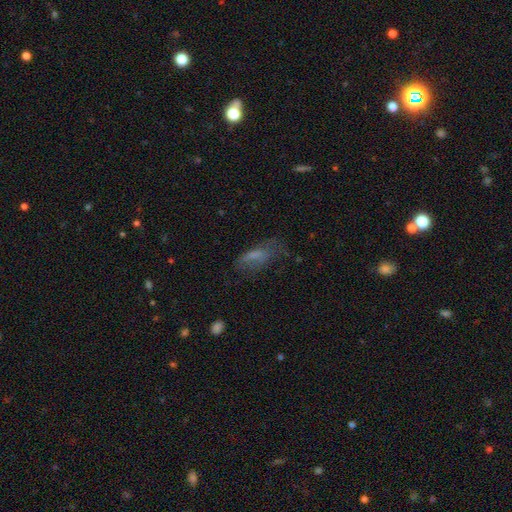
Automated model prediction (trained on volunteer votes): smooth 63%, featured or disk 25%, star or artifact 12%. Down the decision tree: how rounded — in between (61%); merging — none (44%).